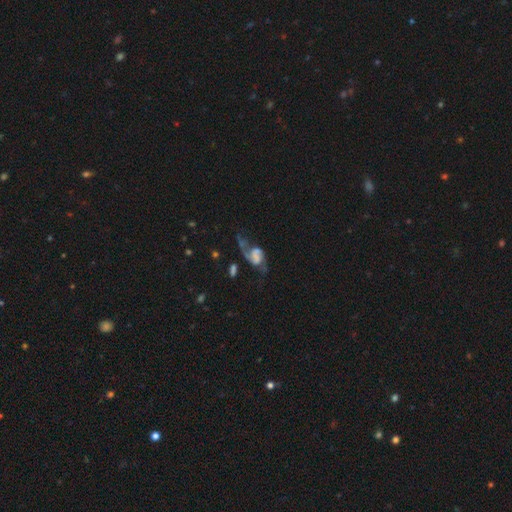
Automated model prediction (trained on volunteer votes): A featured or disk galaxy (71%) with no bar (50%), 2 (83%) loose (69%) spiral arms (85%) and no central bulge (55%). Merging: major disturbance (37%).